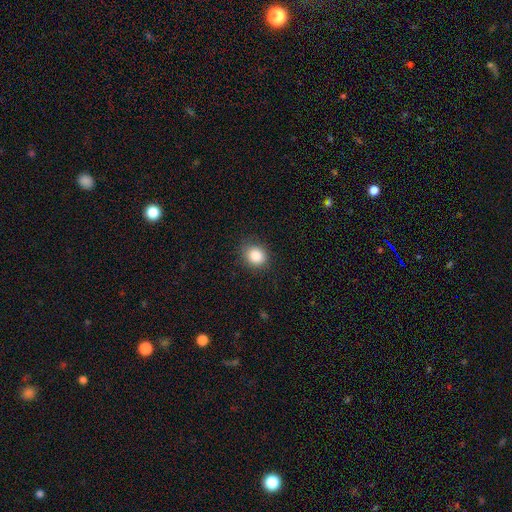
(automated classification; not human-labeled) smooth-or-featured: smooth: 86% | star or artifact: 10% | featured or disk: 4%
  how-rounded: round: 69% | in between: 30% | cigar-shaped: 1%
  merging: none: 83% | minor disturbance: 13% | major disturbance: 3% | merger: 1%